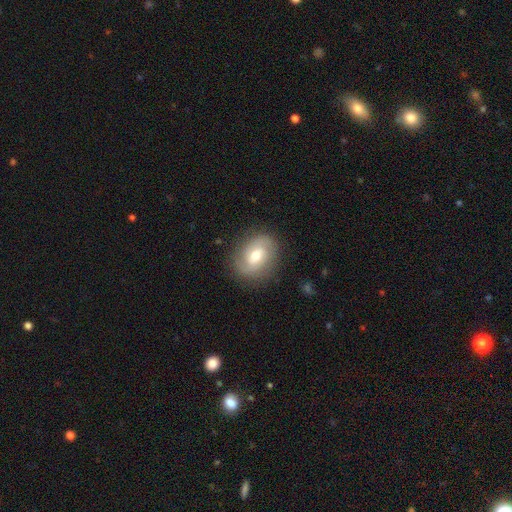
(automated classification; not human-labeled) smooth_or_featured: featured or disk (p=0.53) [alt: smooth p=0.39]
disk_edge_on: no (p=0.95) [alt: yes p=0.05]
bar: no (p=0.45) [alt: weak p=0.43]
has_spiral_arms: yes (p=0.75) [alt: no p=0.25]
bulge_size: moderate (p=0.69) [alt: small p=0.23]
merging: none (p=0.82) [alt: minor disturbance p=0.12]